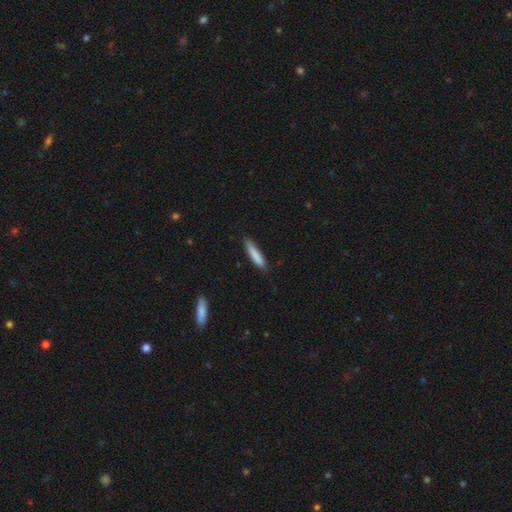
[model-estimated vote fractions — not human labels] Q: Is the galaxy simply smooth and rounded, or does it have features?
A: smooth — 83%.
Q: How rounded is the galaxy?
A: cigar-shaped — 88%.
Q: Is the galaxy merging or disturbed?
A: none — 80%.